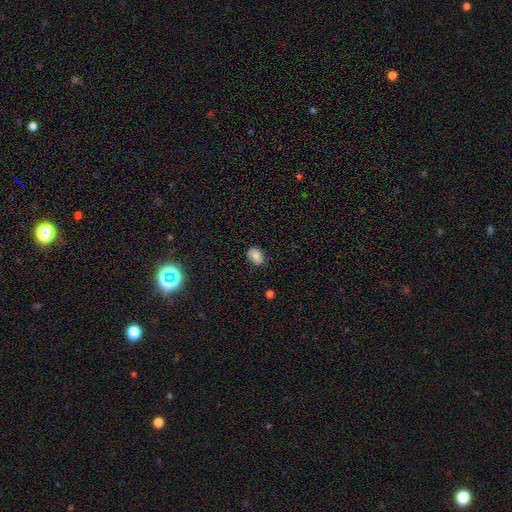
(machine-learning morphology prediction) Overall: smooth (80%). How rounded: in between (80%). Merging: none (72%).